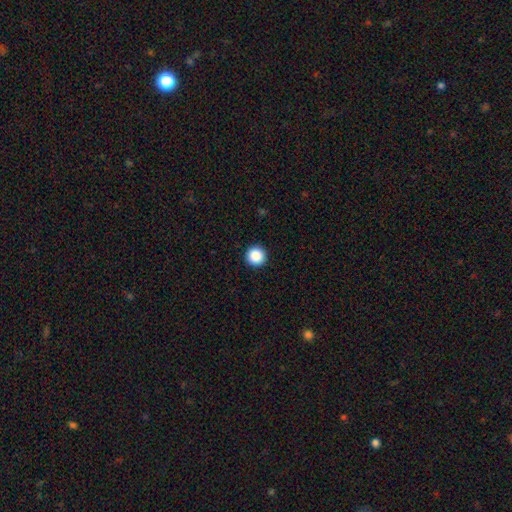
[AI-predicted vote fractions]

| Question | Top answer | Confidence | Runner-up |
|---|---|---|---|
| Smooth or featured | smooth | 88% | star or artifact (9%) |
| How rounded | round | 96% | in between (3%) |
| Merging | none | 93% | minor disturbance (4%) |